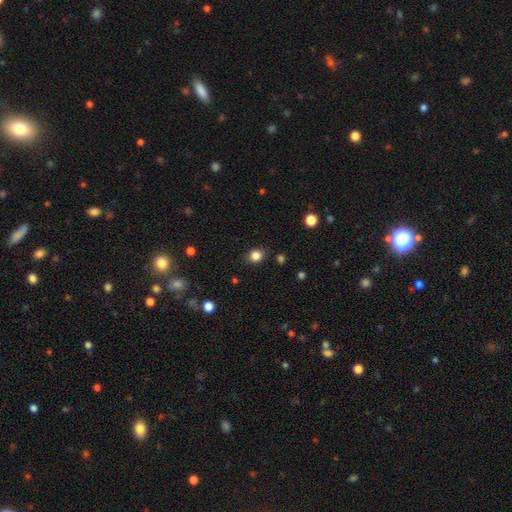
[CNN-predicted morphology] Smooth or featured: smooth — 83% (star or artifact — 12%)
How rounded: round — 73% (in between — 26%)
Merging: none — 86% (minor disturbance — 10%)